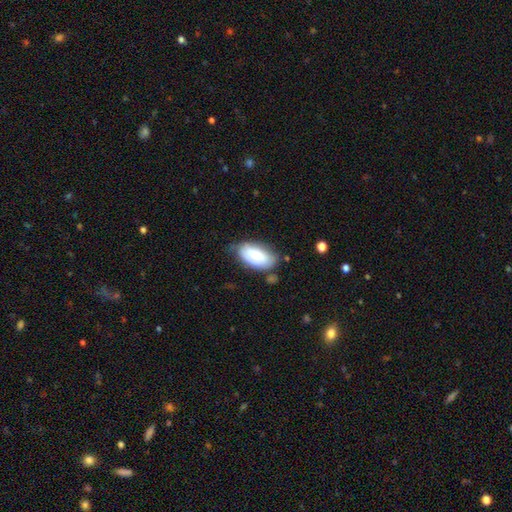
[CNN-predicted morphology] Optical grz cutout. It shows a smooth galaxy with no disk features (73%) that is in between round and cigar-shaped (94%). Merging: none (62%).